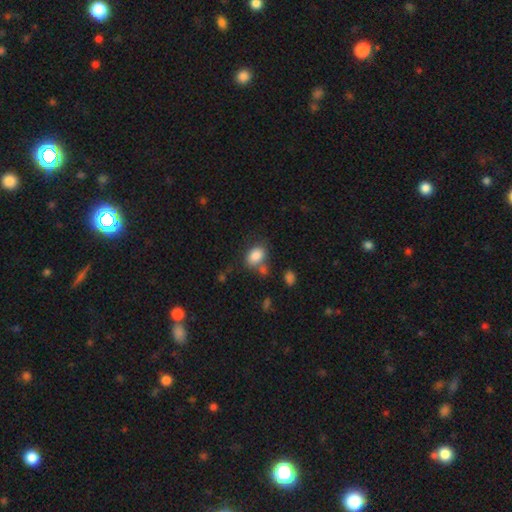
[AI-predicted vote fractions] This appears to be a smooth galaxy with no disk features (85%) that is in between round and cigar-shaped (81%). Merging: none (60%).